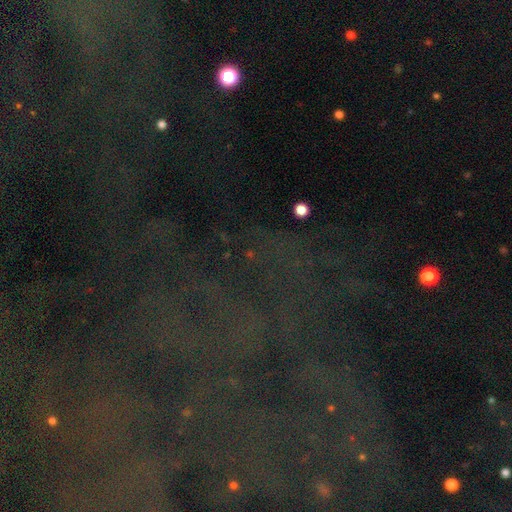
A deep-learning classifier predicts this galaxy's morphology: The model was most divided on "smooth or featured": star or artifact: 75%, featured or disk: 13%, smooth: 11%.